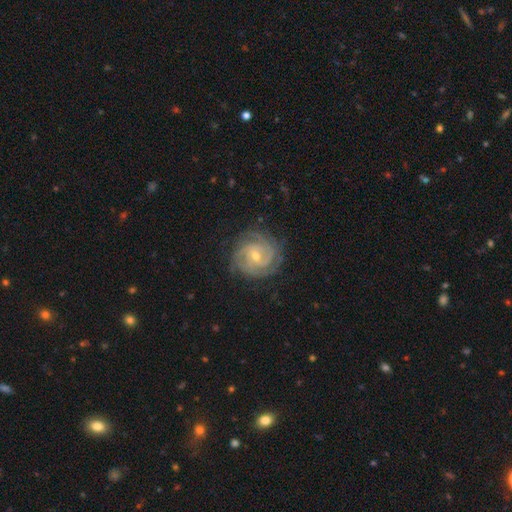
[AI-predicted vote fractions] Overall: featured or disk (88%). Edge-on disk: no (98%). Bar: weak (44%; no 43%). Spiral arms: yes (98%). Spiral arm count: 3 (31%; 2 24%). Spiral winding: tight (75%). Bulge size: small (57%; moderate 40%). Merging: none (82%).